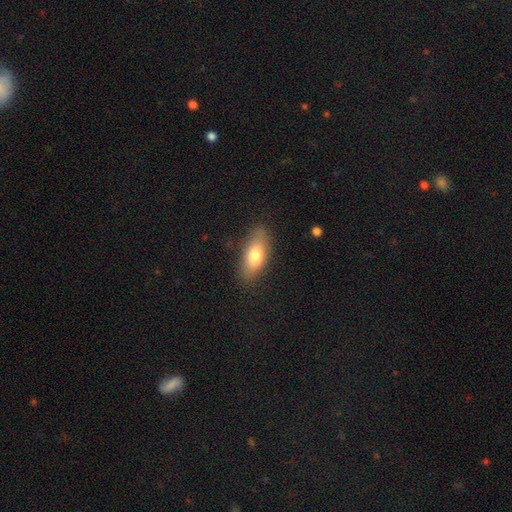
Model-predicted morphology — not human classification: Q: Smooth or featured?
A: smooth (76%); runner-up: featured or disk (17%)
Q: How rounded?
A: in between (81%); runner-up: cigar-shaped (15%)
Q: Merging?
A: none (82%); runner-up: minor disturbance (13%)